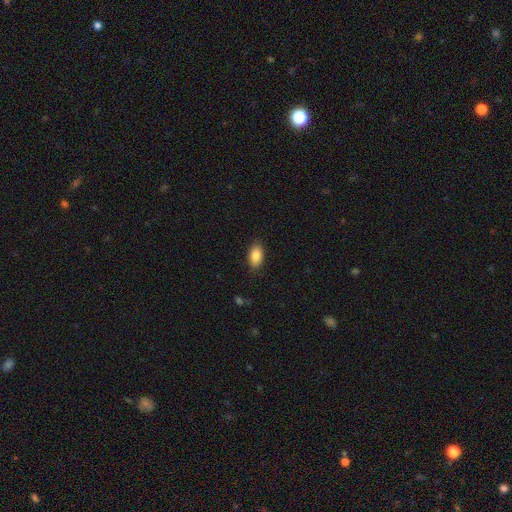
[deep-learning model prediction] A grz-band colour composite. It shows a smooth galaxy with no disk features (86%) that is in between round and cigar-shaped (92%). Merging: none (87%).